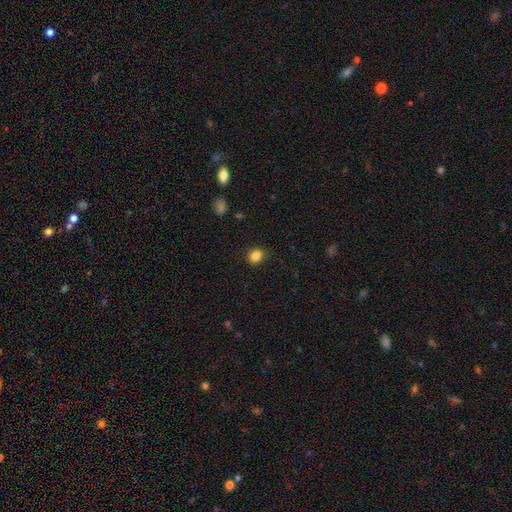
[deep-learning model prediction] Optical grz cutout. It shows a smooth galaxy with no disk features (85%) that is round (72%). Merging: none (86%).